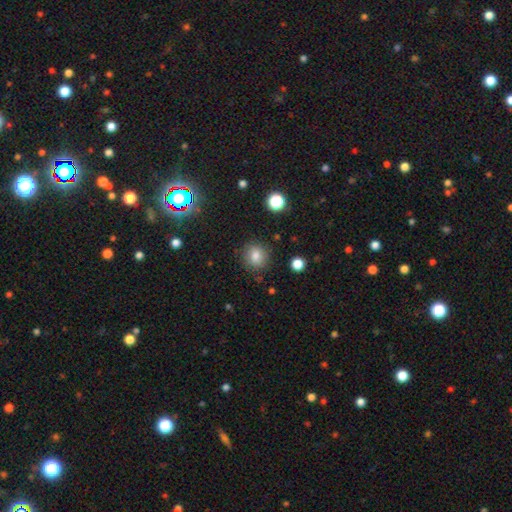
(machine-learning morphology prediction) This is likely a smooth galaxy (80%). How rounded: clearly round (85%). Merging: clearly none (85%).